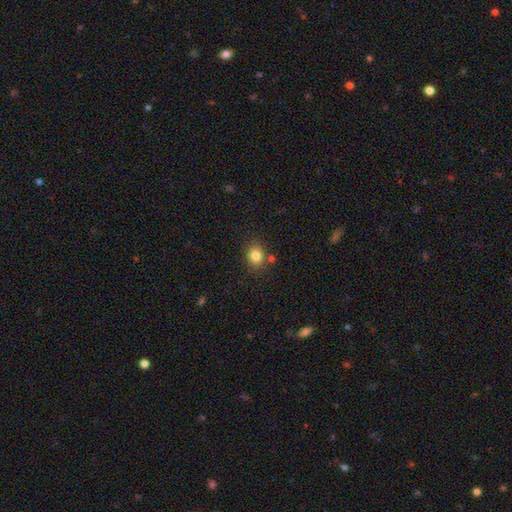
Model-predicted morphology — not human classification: Smooth or featured? smooth (83%)
How rounded? round (69%)
Merging? none (80%)